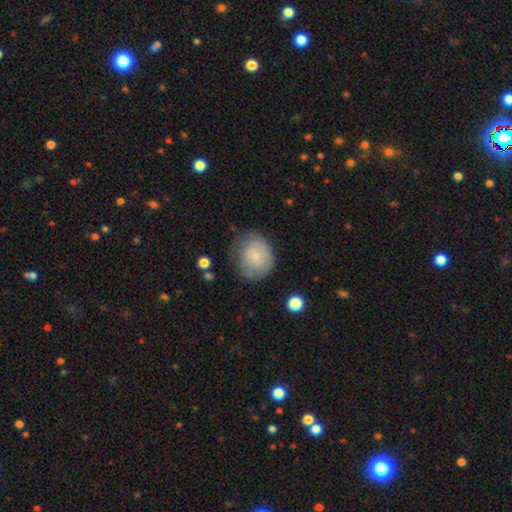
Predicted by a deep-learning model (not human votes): smooth-or-featured: smooth: 61% | featured or disk: 32% | star or artifact: 7%
  how-rounded: round: 72% | in between: 27% | cigar-shaped: 1%
  merging: none: 59% | minor disturbance: 28% | major disturbance: 12% | merger: 2%